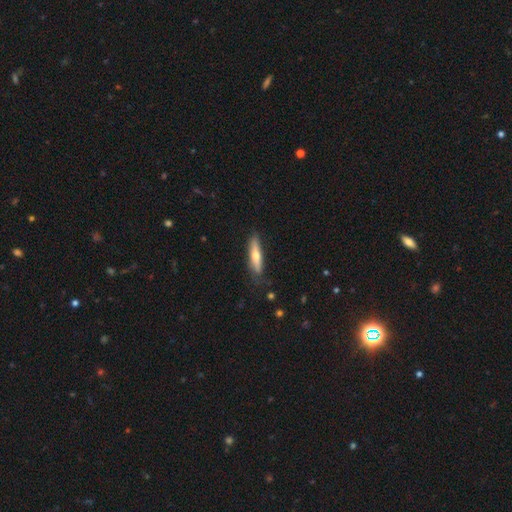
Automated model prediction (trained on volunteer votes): Smooth or featured? Predicted: smooth (p=0.51). How rounded? Predicted: cigar-shaped (p=0.80). Merging? Predicted: none (p=0.80).